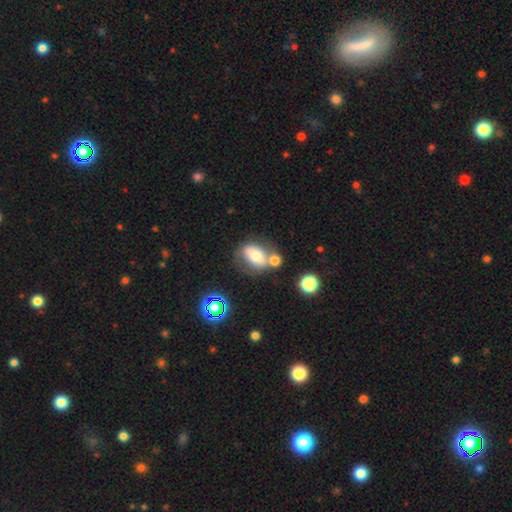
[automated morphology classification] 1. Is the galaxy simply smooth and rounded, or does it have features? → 61% smooth, 27% featured or disk, 12% star or artifact.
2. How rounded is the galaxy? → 73% in between, 25% round, 2% cigar-shaped.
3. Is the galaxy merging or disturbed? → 41% none, 36% merger, 15% minor disturbance, 8% major disturbance.